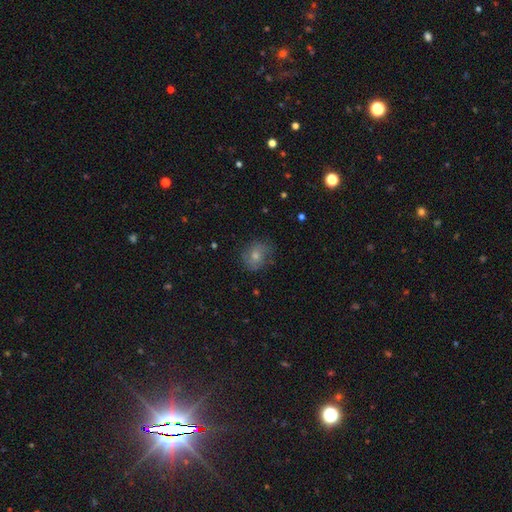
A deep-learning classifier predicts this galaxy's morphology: Overall: smooth (60%; featured or disk 31%). How rounded: round (64%; in between 35%). Merging: none (67%).